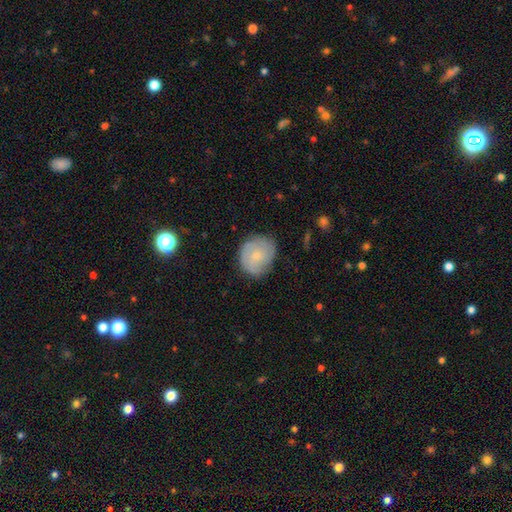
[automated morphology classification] The model was most divided on "smooth or featured" (2-way tie): smooth: 46%, featured or disk: 46%, star or artifact: 8%. More confident: merging — none (76%).